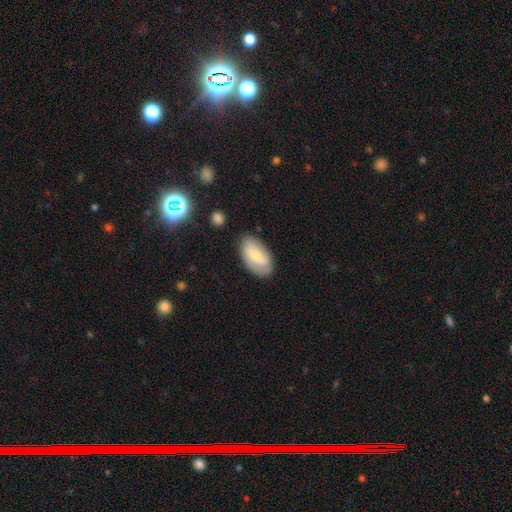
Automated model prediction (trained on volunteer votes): Q: Smooth or featured?
A: smooth (55%); runner-up: featured or disk (38%)
Q: How rounded?
A: in between (93%); runner-up: round (5%)
Q: Merging?
A: none (75%); runner-up: minor disturbance (18%)